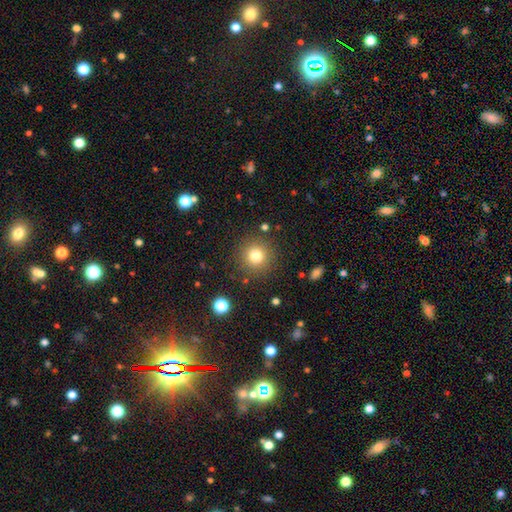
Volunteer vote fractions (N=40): smooth 85%, star or artifact 12%, featured or disk 2%. Down the decision tree: how rounded — round (94%); merging — none (86%).